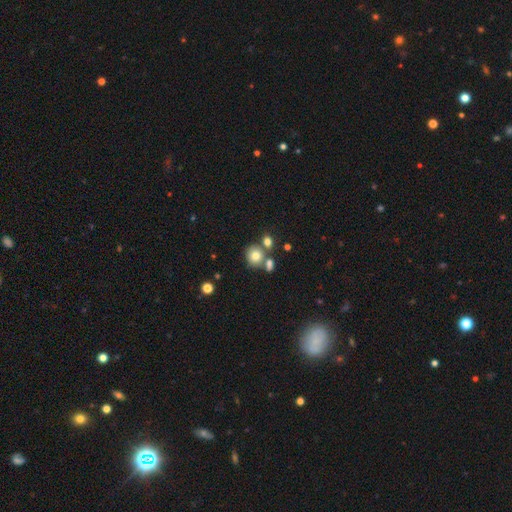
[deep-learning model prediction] This is likely a smooth galaxy (78%). How rounded: clearly round (82%). Merging: likely none (61%).